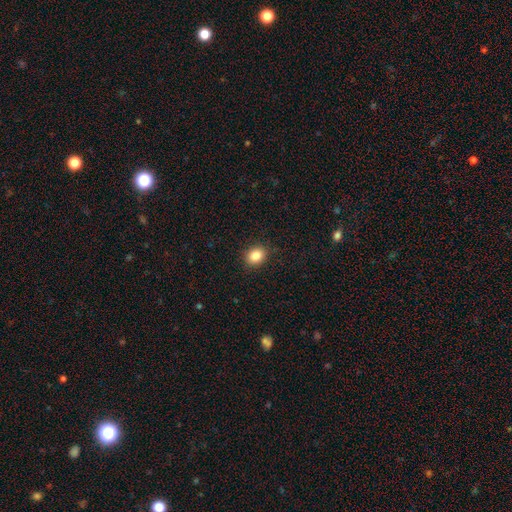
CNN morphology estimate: Smooth or featured? smooth (85%)
How rounded? round (51%)
Merging? none (90%)